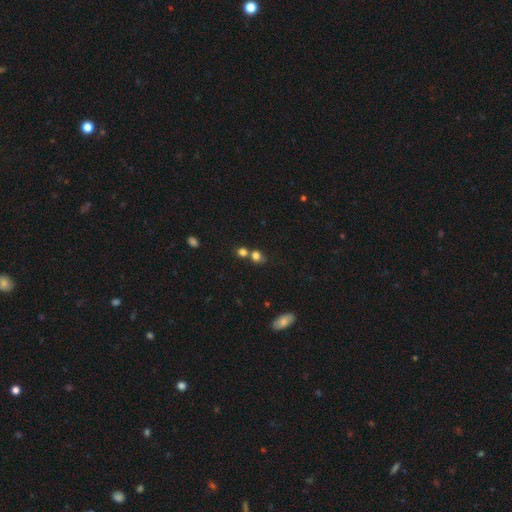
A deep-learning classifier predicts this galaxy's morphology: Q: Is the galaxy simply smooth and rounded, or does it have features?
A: smooth — 76%.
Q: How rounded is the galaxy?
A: round — 74%.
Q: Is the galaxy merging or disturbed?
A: none — 48%.